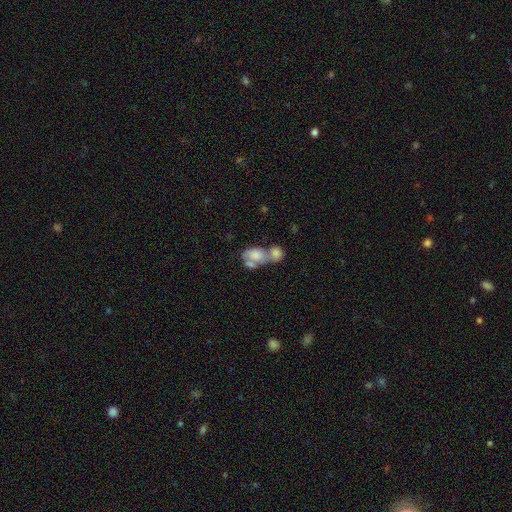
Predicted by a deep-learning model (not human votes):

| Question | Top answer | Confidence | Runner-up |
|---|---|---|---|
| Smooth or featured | smooth | 68% | featured or disk (24%) |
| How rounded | in between | 76% | round (22%) |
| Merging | merger | 75% | none (12%) |